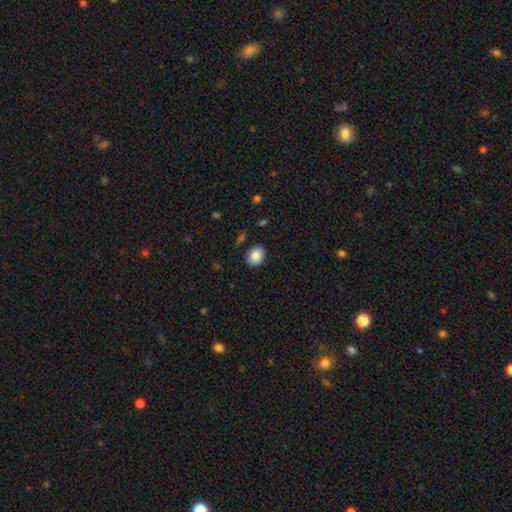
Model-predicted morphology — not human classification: Overall: smooth (87%). How rounded: in between (59%; round 40%). Merging: none (87%).